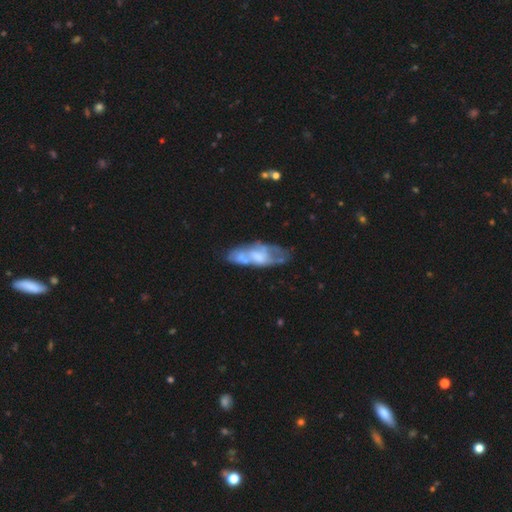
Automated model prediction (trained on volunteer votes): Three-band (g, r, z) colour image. It shows a featured or disk galaxy (59%). Merging: none (46%).